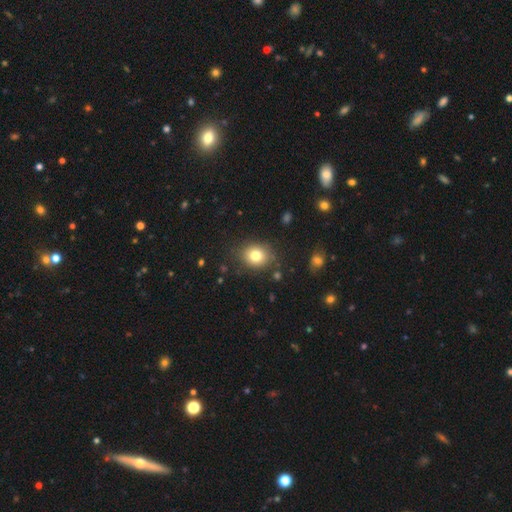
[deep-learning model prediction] smooth_or_featured: smooth (p=0.79) [alt: star or artifact p=0.11]
how_rounded: round (p=0.64) [alt: in between p=0.35]
merging: none (p=0.84) [alt: minor disturbance p=0.11]